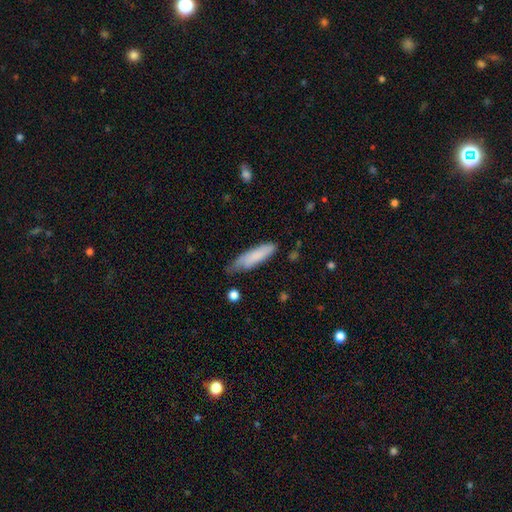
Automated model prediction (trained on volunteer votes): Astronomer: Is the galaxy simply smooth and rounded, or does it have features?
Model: smooth — 80%.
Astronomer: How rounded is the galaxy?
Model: cigar-shaped — 68%.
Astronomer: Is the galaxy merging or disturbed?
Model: none — 59%.